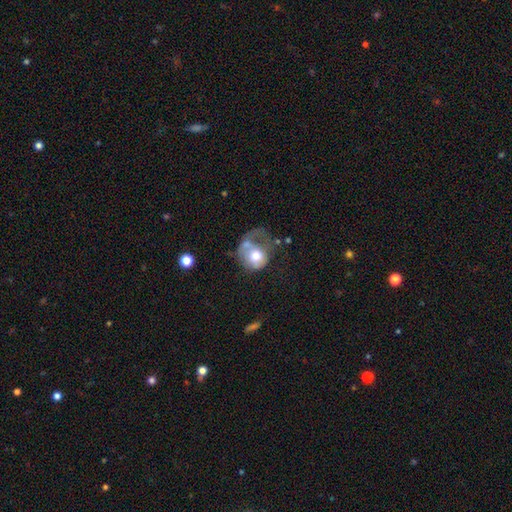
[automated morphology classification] A smooth galaxy with no disk features (58%) that is round (68%).

Vote fractions:
- Smooth or featured? smooth: 58% / featured or disk: 34% / star or artifact: 8%
- How rounded? round: 68% / in between: 31% / cigar-shaped: 1%
- Merging? major disturbance: 52% / none: 17% / merger: 16% / minor disturbance: 16%